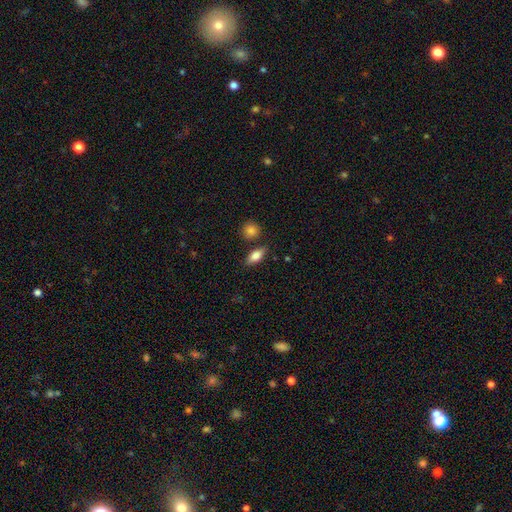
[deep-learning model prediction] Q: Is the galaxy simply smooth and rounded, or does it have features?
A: smooth — 77%.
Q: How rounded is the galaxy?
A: in between — 81%.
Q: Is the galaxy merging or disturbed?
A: none — 78%.